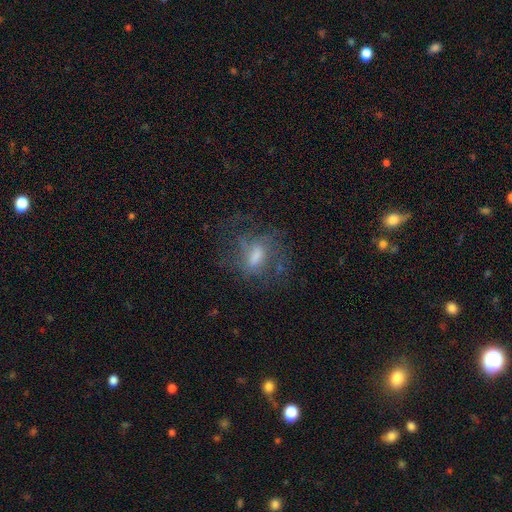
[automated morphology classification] Smooth or featured: featured or disk — 53% (smooth — 33%)
Edge-on disk: no — 93% (yes — 7%)
Merging: none — 53% (major disturbance — 26%)